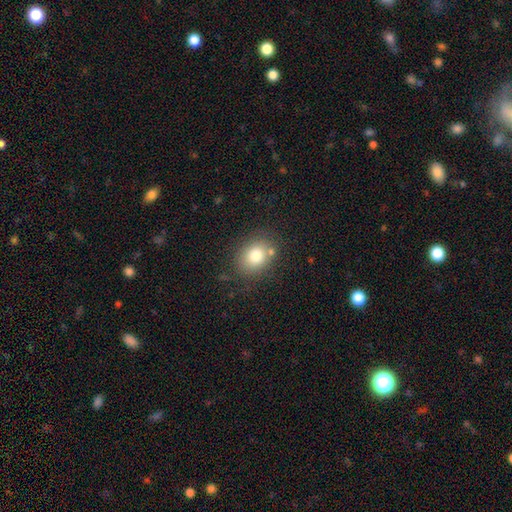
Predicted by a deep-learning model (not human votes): The model was most divided on "how rounded": round: 51%, in between: 48%, cigar-shaped: 1%. More confident: smooth or featured — smooth (77%); merging — none (75%).